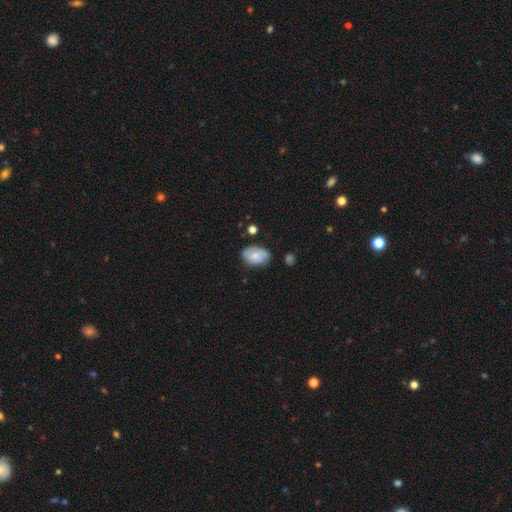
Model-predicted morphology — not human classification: A smooth galaxy with no disk features (52%) that is in between round and cigar-shaped (84%).

Vote fractions:
- Smooth or featured? smooth: 52% / featured or disk: 40% / star or artifact: 8%
- How rounded? in between: 84% / round: 14% / cigar-shaped: 1%
- Merging? none: 67% / minor disturbance: 24% / major disturbance: 5% / merger: 3%